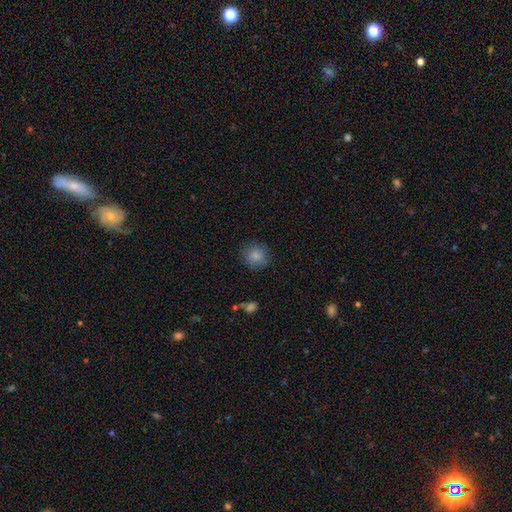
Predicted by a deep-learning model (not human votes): Overall: smooth (85%). How rounded: round (88%). Merging: none (83%).